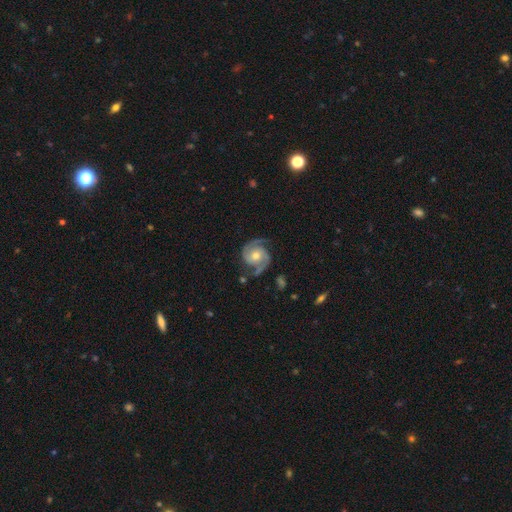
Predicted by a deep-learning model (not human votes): Q: Smooth or featured?
A: featured or disk (91%); runner-up: star or artifact (4%)
Q: Edge-on disk?
A: no (98%); runner-up: yes (2%)
Q: Bar?
A: no (69%); runner-up: weak (24%)
Q: Spiral arms?
A: yes (98%); runner-up: no (2%)
Q: Spiral winding?
A: medium (52%); runner-up: tight (37%)
Q: Spiral arm count?
A: 2 (93%); runner-up: 3 (2%)
Q: Bulge size?
A: moderate (64%); runner-up: small (30%)
Q: Merging?
A: none (80%); runner-up: minor disturbance (14%)